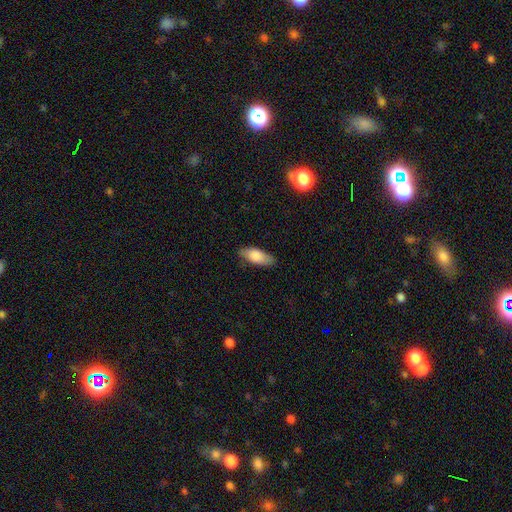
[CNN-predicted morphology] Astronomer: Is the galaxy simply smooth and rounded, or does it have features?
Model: smooth — 82%.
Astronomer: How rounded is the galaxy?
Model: in between — 80%.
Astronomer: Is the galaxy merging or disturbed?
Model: none — 79%.